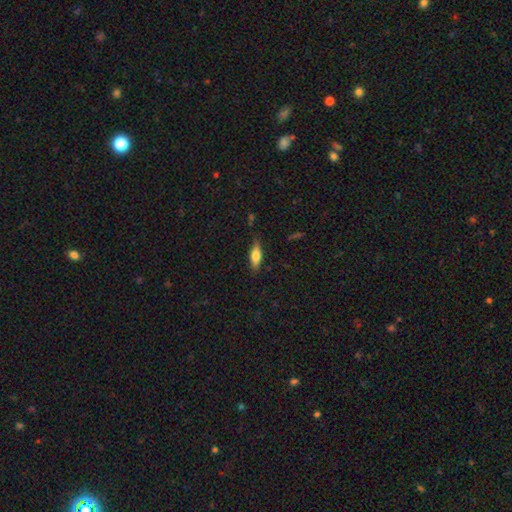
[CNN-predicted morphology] A smooth galaxy with no disk features (69%) that is in between round and cigar-shaped (60%). Merging: none (80%).